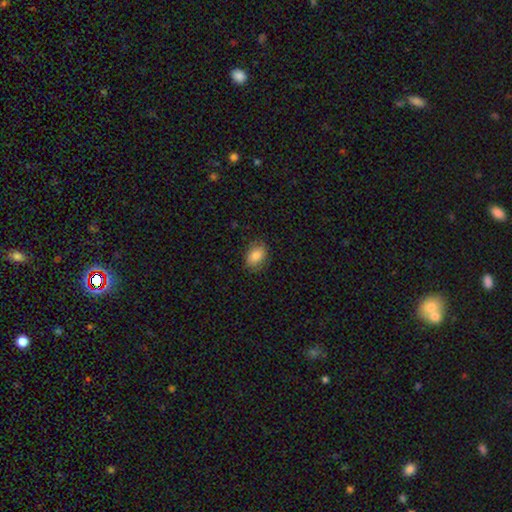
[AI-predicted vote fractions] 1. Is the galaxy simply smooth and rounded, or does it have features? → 82% smooth, 10% featured or disk, 8% star or artifact.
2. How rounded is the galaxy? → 76% in between, 22% round, 1% cigar-shaped.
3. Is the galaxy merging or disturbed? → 81% none, 14% minor disturbance, 4% major disturbance, 1% merger.